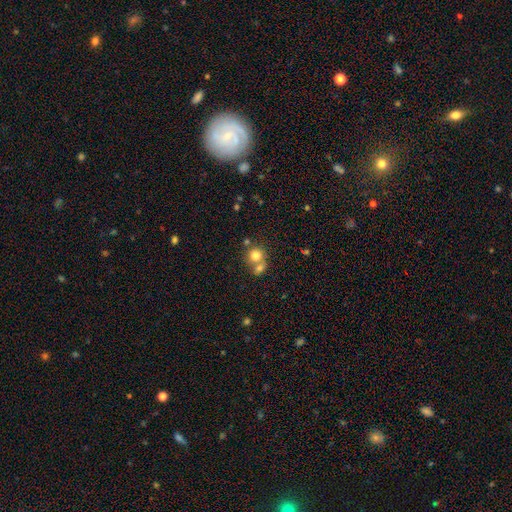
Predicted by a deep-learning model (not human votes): This appears to be a smooth galaxy with no disk features (77%) that is round (84%). Merging: merger (48%).